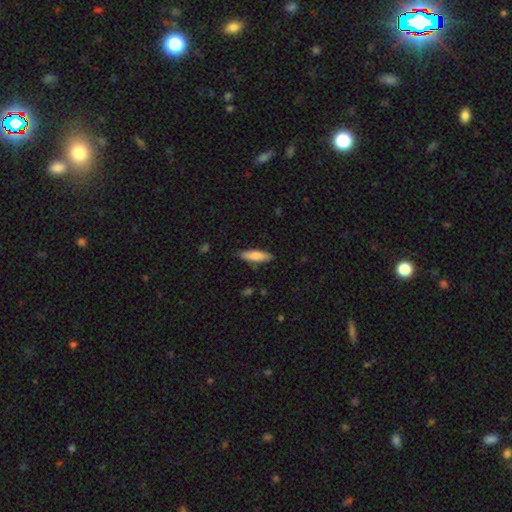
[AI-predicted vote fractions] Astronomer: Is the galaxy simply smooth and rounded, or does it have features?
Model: smooth — 81%.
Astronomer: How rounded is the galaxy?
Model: cigar-shaped — 59% (runner-up: in between, 39%).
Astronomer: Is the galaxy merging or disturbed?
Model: none — 85%.